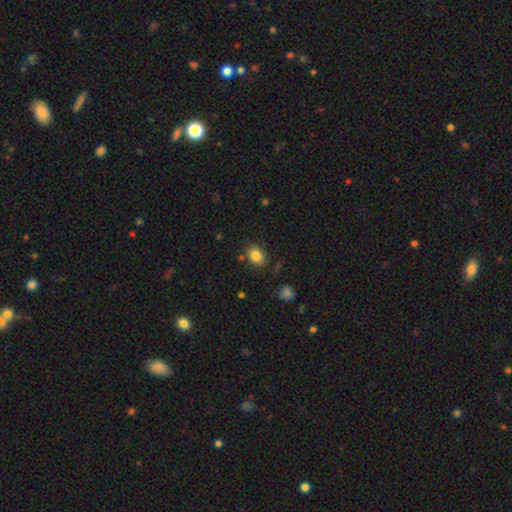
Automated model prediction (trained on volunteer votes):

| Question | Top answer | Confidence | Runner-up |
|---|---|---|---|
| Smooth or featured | smooth | 84% | star or artifact (10%) |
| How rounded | in between | 67% | round (32%) |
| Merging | none | 80% | minor disturbance (13%) |